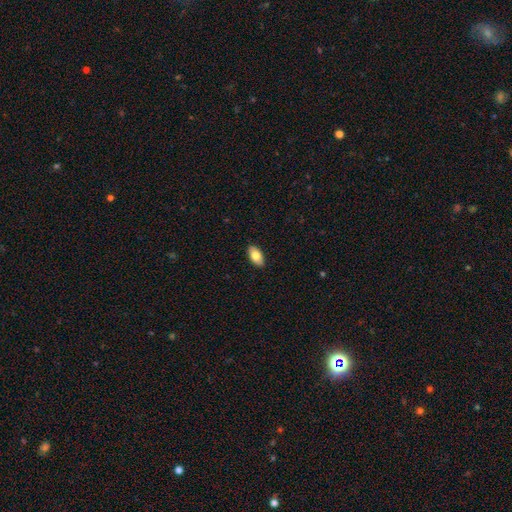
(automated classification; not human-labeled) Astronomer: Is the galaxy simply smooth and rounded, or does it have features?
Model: smooth — 79%.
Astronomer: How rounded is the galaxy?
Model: in between — 94%.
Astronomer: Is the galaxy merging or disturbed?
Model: none — 89%.